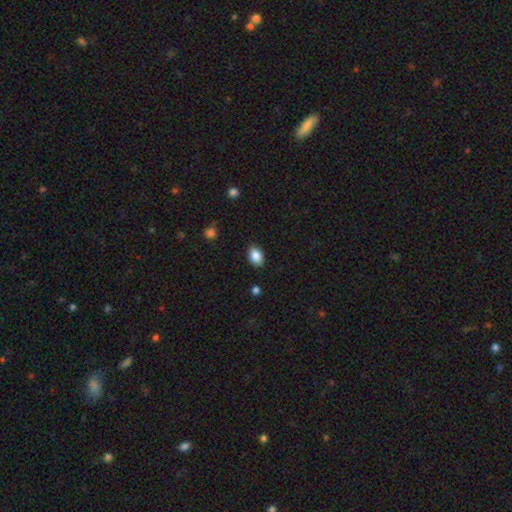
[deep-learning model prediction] This appears to be a smooth galaxy with no disk features (86%) that is in between round and cigar-shaped (83%). Merging: none (85%).